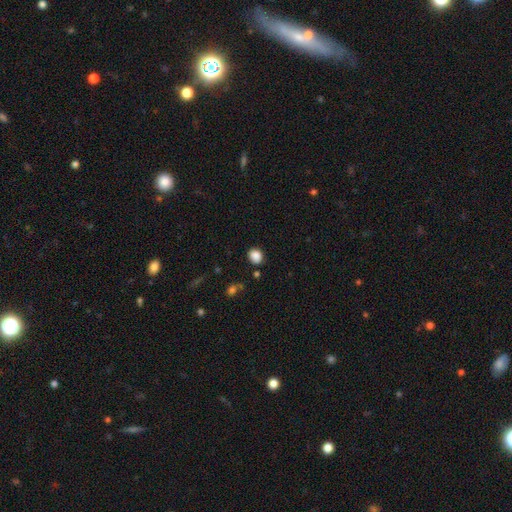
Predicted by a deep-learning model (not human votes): Q: Smooth or featured?
A: smooth (86%); runner-up: star or artifact (10%)
Q: How rounded?
A: round (62%); runner-up: in between (37%)
Q: Merging?
A: none (83%); runner-up: minor disturbance (11%)